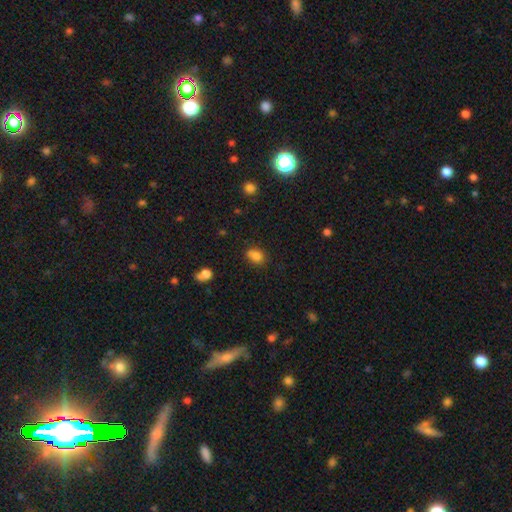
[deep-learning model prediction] This is clearly a smooth galaxy (81%). How rounded: likely in between (66%). Merging: likely none (61%).